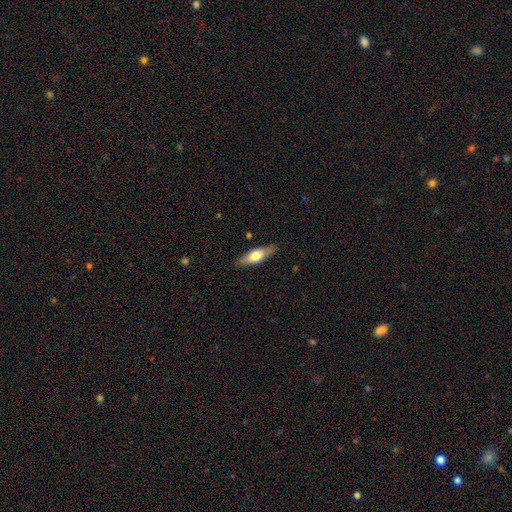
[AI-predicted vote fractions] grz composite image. It shows a smooth galaxy with no disk features (52%) that is cigar-shaped (51%). Merging: none (87%).